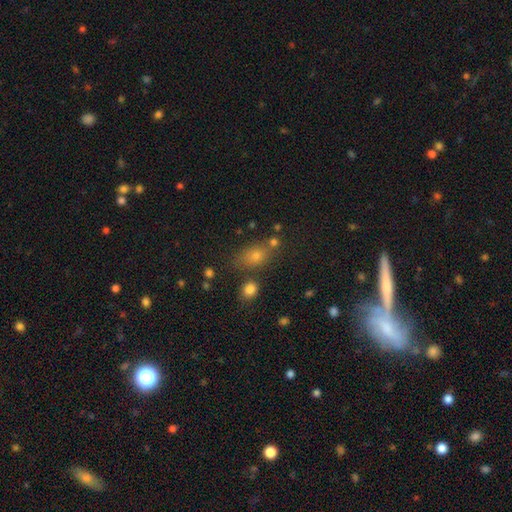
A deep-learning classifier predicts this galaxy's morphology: A smooth galaxy with no disk features (63%) that is in between round and cigar-shaped (59%).

Vote fractions:
- Smooth or featured? smooth: 63% / star or artifact: 25% / featured or disk: 12%
- How rounded? in between: 59% / round: 36% / cigar-shaped: 4%
- Merging? none: 68% / minor disturbance: 13% / merger: 13% / major disturbance: 6%